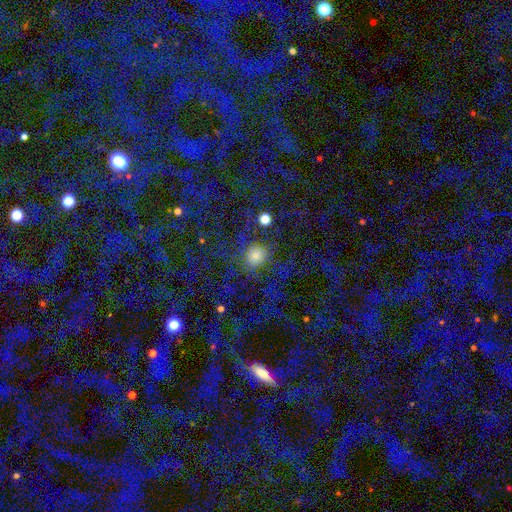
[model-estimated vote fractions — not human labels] smooth 62%, star or artifact 25%, featured or disk 13%. Down the decision tree: how rounded — round (82%); merging — none (66%).